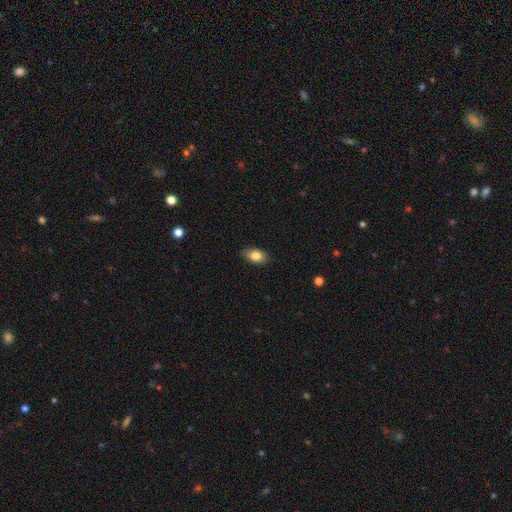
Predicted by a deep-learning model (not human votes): A smooth galaxy with no disk features (83%) that is in between round and cigar-shaped (89%).

Vote fractions:
- Smooth or featured? smooth: 83% / featured or disk: 9% / star or artifact: 8%
- How rounded? in between: 89% / round: 9% / cigar-shaped: 2%
- Merging? none: 87% / minor disturbance: 10% / major disturbance: 2% / merger: 1%